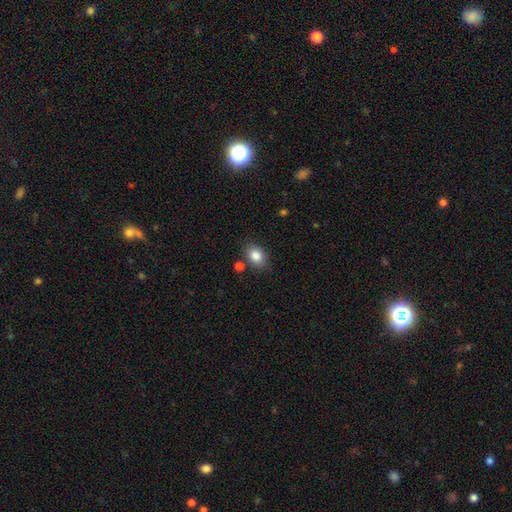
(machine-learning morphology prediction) This is clearly a smooth galaxy (85%). How rounded: likely in between (69%). Merging: likely none (77%).